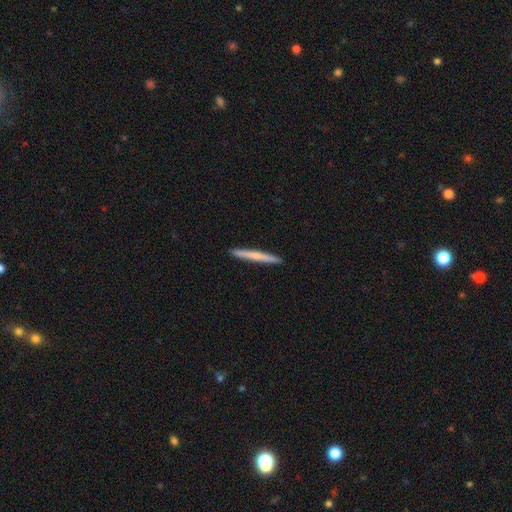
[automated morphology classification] Smooth or featured? smooth (60%)
How rounded? cigar-shaped (97%)
Merging? none (93%)